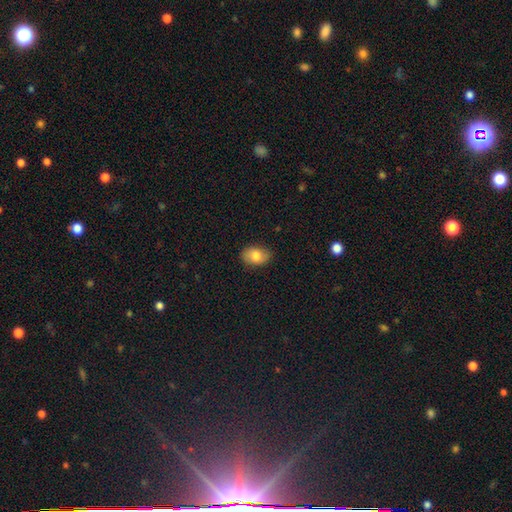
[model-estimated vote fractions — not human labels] smooth_or_featured: smooth (p=0.79) [alt: featured or disk p=0.13]
how_rounded: in between (p=0.83) [alt: round p=0.16]
merging: none (p=0.85) [alt: minor disturbance p=0.12]